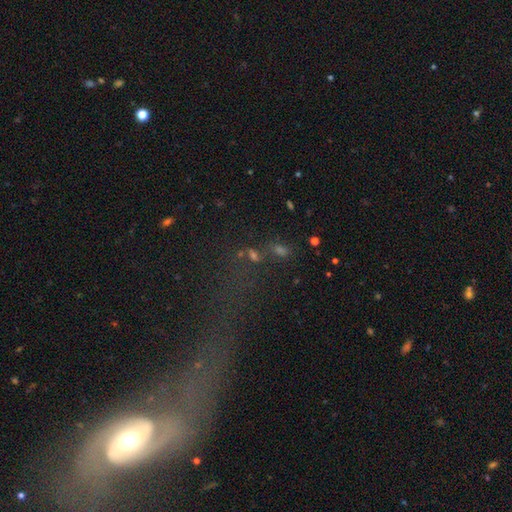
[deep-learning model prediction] A star or artifact, not a galaxy (48%).